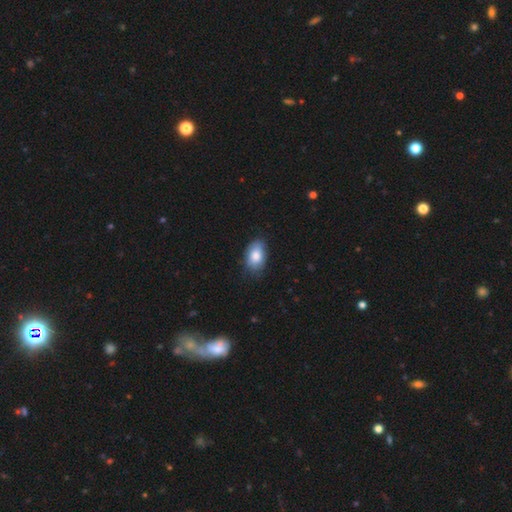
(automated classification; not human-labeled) A smooth galaxy with no disk features (82%) that is in between round and cigar-shaped (88%).

Vote fractions:
- Smooth or featured? smooth: 82% / featured or disk: 11% / star or artifact: 7%
- How rounded? in between: 88% / round: 11% / cigar-shaped: 1%
- Merging? none: 73% / minor disturbance: 22% / major disturbance: 4% / merger: 1%